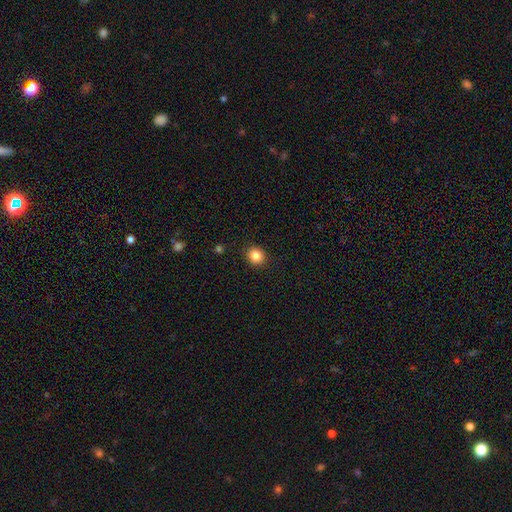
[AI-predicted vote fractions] Smooth or featured? Predicted: smooth (p=0.84). How rounded? Predicted: round (p=0.84). Merging? Predicted: none (p=0.90).